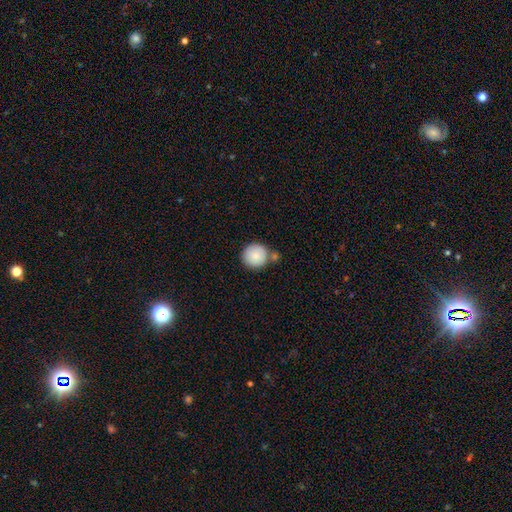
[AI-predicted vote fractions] Q: Smooth or featured?
A: smooth (85%); runner-up: featured or disk (7%)
Q: How rounded?
A: round (94%); runner-up: in between (5%)
Q: Merging?
A: none (69%); runner-up: merger (16%)